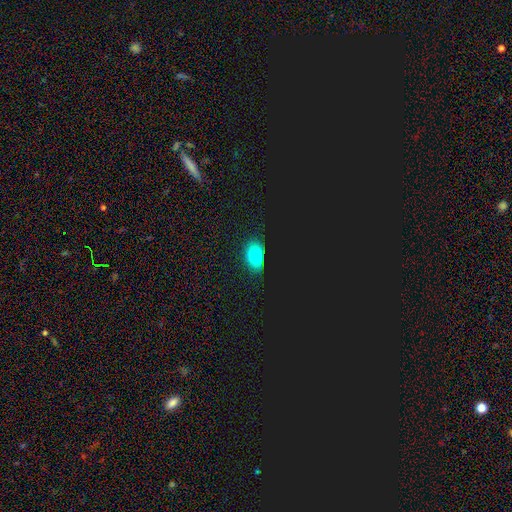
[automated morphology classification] Q: Smooth or featured?
A: smooth (66%); runner-up: star or artifact (25%)
Q: How rounded?
A: in between (74%); runner-up: round (23%)
Q: Merging?
A: none (80%); runner-up: minor disturbance (14%)